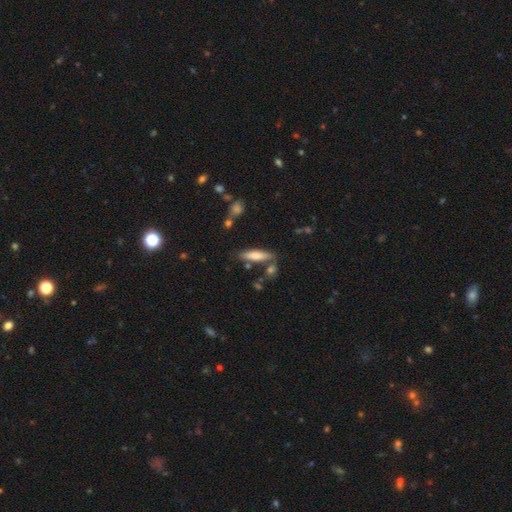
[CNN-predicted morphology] A smooth galaxy with no disk features (68%) that is cigar-shaped (68%).

Vote fractions:
- Smooth or featured? smooth: 68% / featured or disk: 25% / star or artifact: 7%
- How rounded? cigar-shaped: 68% / in between: 31% / round: 2%
- Merging? none: 70% / minor disturbance: 15% / merger: 11% / major disturbance: 4%